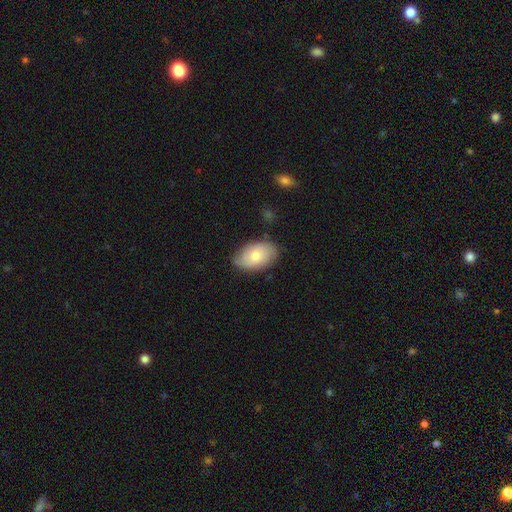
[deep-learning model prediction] Smooth or featured? smooth (65%)
How rounded? in between (91%)
Merging? none (71%)